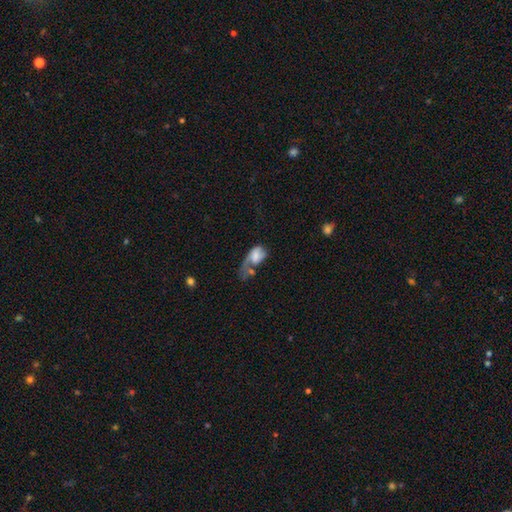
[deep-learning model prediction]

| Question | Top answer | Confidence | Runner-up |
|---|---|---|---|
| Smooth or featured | smooth | 54% | featured or disk (38%) |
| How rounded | in between | 84% | round (13%) |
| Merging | major disturbance | 52% | merger (18%) |